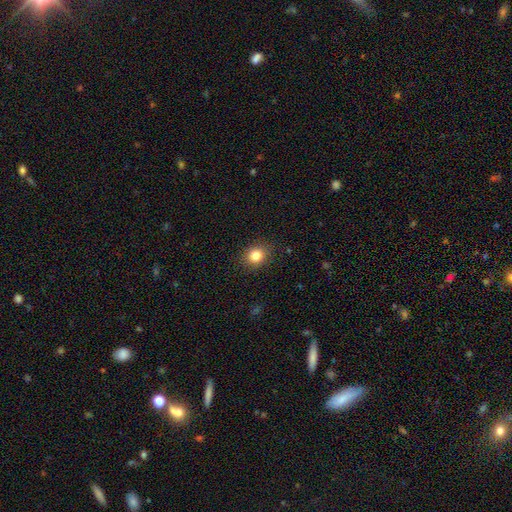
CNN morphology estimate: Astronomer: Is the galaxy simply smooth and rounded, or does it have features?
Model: smooth — 82%.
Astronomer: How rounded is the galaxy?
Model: round — 68%.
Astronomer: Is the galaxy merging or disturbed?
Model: none — 87%.